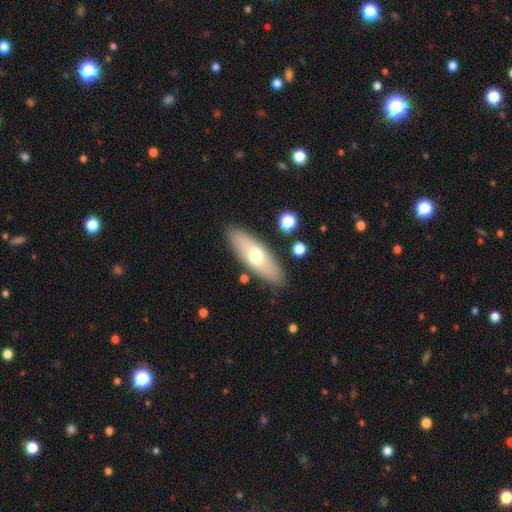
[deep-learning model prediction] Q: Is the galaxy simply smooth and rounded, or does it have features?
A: smooth — 61%.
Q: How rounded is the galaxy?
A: in between — 60%.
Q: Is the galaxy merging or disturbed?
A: none — 86%.